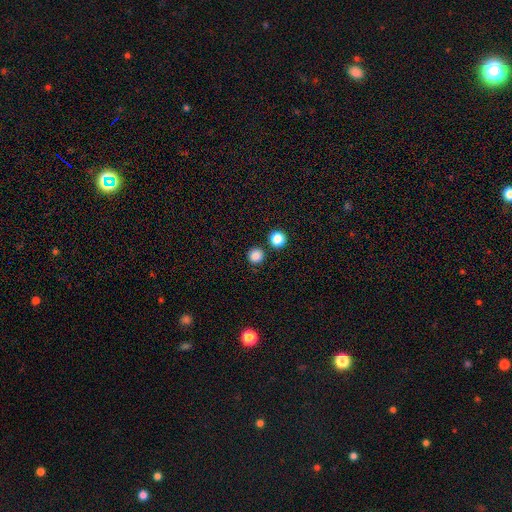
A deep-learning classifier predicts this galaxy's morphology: This appears to be a smooth galaxy with no disk features (85%) that is round (95%). Merging: none (85%).